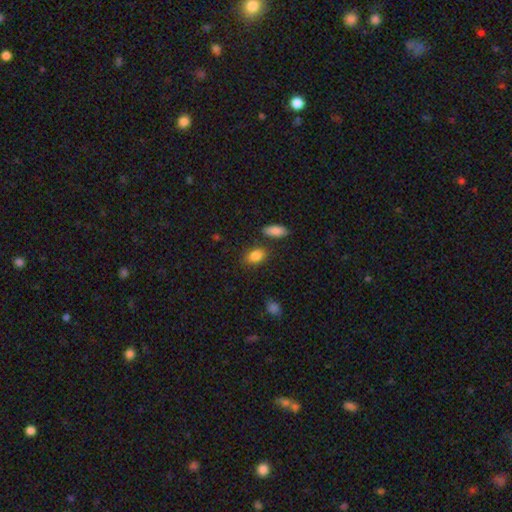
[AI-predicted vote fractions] smooth_or_featured: smooth (p=0.86) [alt: star or artifact p=0.08]
how_rounded: in between (p=0.84) [alt: round p=0.14]
merging: none (p=0.79) [alt: minor disturbance p=0.12]